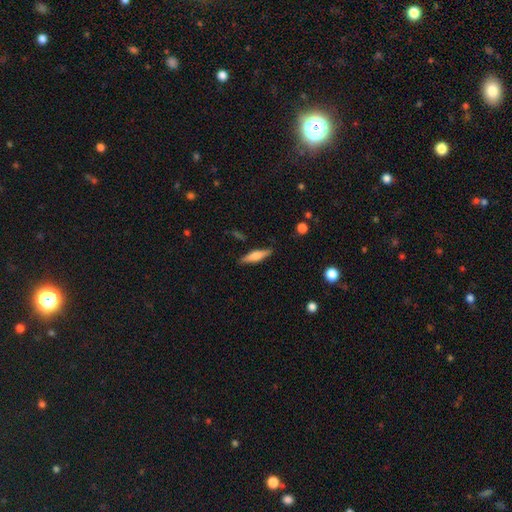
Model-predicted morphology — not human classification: A smooth galaxy with no disk features (51%) that is cigar-shaped (73%). Merging: none (87%).